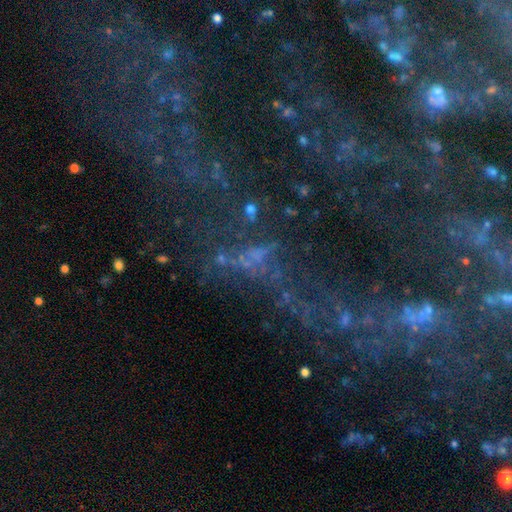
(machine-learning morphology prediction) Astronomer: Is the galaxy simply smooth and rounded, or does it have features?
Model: star or artifact — 55%.